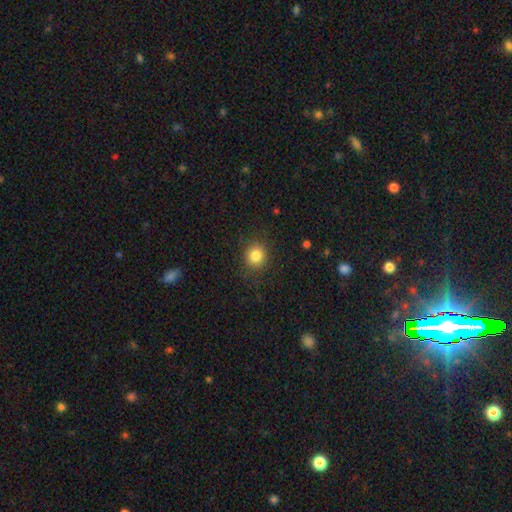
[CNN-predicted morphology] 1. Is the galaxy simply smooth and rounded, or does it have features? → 83% smooth, 11% star or artifact, 5% featured or disk.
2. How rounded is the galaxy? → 83% round, 17% in between, 1% cigar-shaped.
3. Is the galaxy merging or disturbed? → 86% none, 9% minor disturbance, 3% major disturbance, 1% merger.